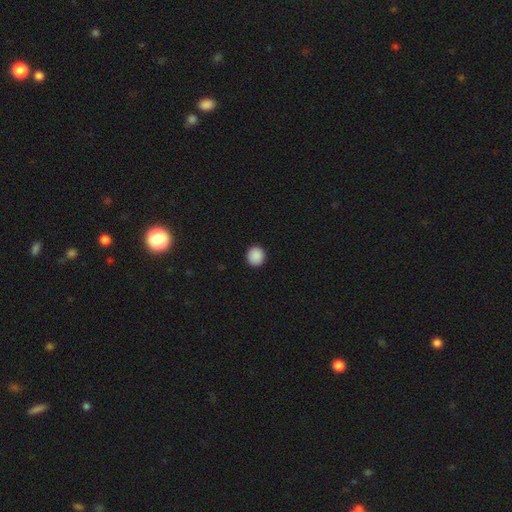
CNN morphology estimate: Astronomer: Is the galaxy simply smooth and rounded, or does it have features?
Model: smooth — 89%.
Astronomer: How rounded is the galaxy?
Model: round — 90%.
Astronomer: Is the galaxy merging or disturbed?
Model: none — 93%.